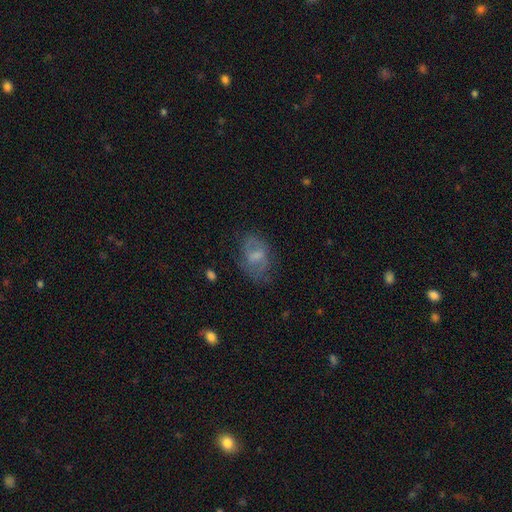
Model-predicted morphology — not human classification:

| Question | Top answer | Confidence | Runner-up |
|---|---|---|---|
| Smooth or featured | featured or disk | 49% | smooth (42%) |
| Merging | none | 59% | minor disturbance (24%) |